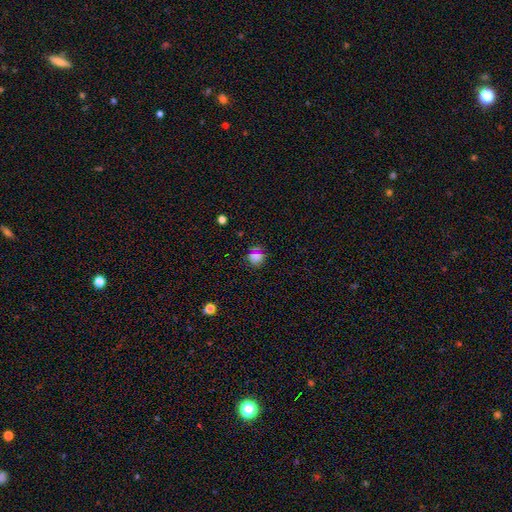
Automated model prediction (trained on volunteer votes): Q: Smooth or featured?
A: smooth (66%); runner-up: star or artifact (28%)
Q: How rounded?
A: round (83%); runner-up: in between (15%)
Q: Merging?
A: none (82%); runner-up: minor disturbance (11%)